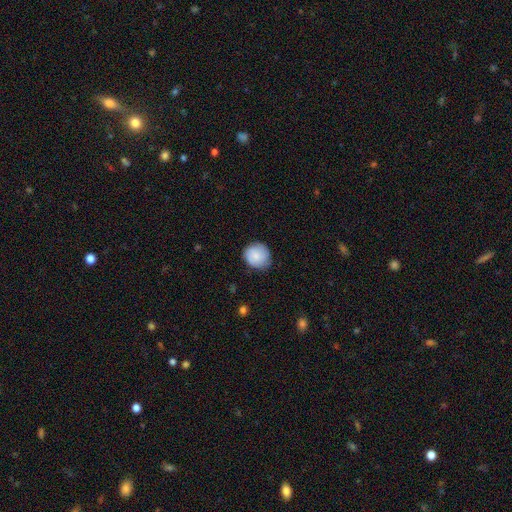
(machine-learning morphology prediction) The model was most divided on "merging": none: 79%, minor disturbance: 17%, major disturbance: 3%, merger: 1%. More confident: how rounded — round (87%); smooth or featured — smooth (82%).